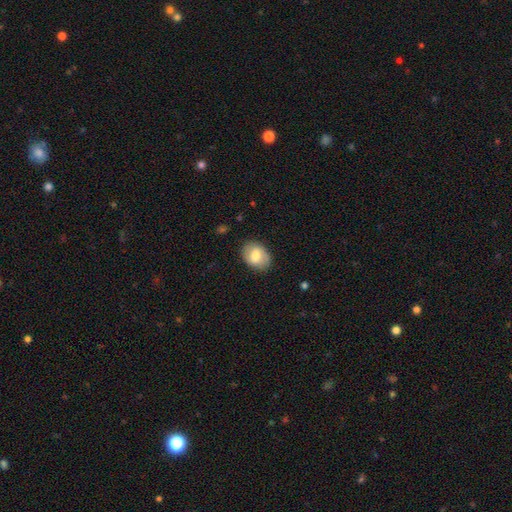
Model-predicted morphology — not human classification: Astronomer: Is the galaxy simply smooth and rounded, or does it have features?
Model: smooth — 65%.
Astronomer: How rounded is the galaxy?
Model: in between — 72%.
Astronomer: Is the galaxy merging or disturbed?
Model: none — 82%.